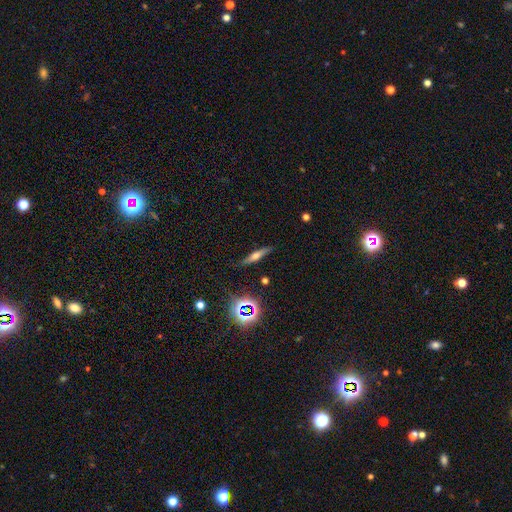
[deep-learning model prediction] Overall: featured or disk (47%; smooth 38%). Merging: none (85%).